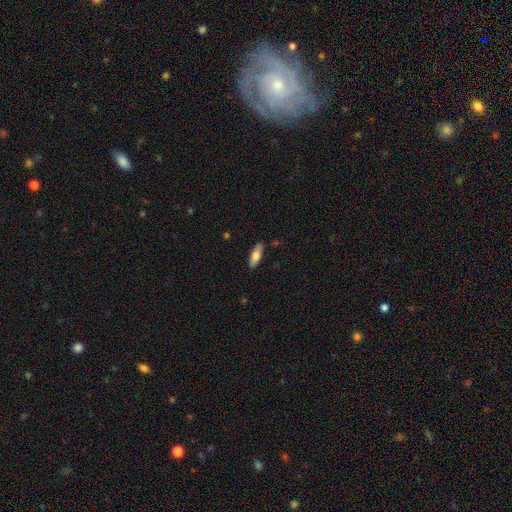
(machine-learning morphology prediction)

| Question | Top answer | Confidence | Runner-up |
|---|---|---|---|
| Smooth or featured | smooth | 70% | featured or disk (24%) |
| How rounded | in between | 62% | cigar-shaped (36%) |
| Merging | none | 85% | minor disturbance (12%) |